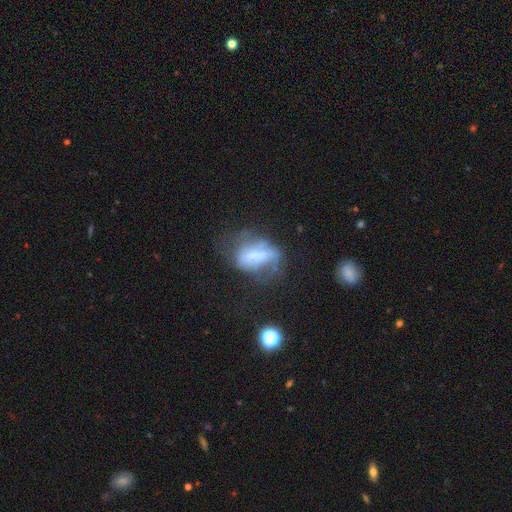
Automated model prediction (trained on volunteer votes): This is possibly a smooth galaxy (47%). Merging: marginally major disturbance (34%).